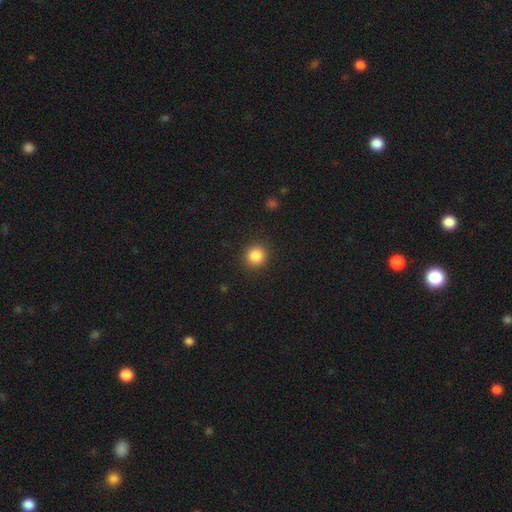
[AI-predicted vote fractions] smooth_or_featured: smooth (p=0.85) [alt: star or artifact p=0.11]
how_rounded: round (p=0.92) [alt: in between p=0.07]
merging: none (p=0.91) [alt: minor disturbance p=0.06]